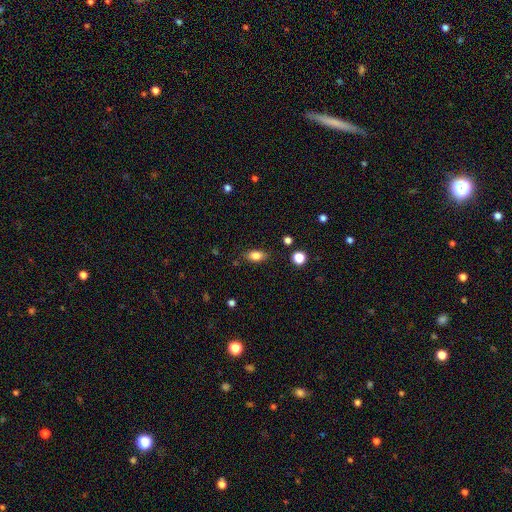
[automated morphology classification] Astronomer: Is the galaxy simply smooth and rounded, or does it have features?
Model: smooth — 82%.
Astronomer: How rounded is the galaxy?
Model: in between — 86%.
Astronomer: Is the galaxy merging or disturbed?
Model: none — 84%.